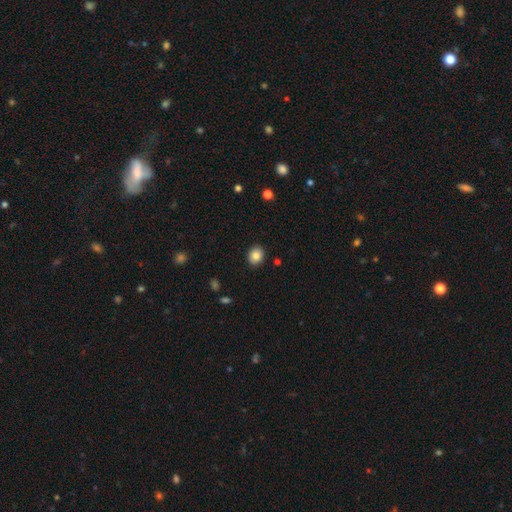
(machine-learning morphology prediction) smooth-or-featured: smooth: 84% | star or artifact: 9% | featured or disk: 7%
  how-rounded: round: 63% | in between: 36% | cigar-shaped: 1%
  merging: none: 89% | minor disturbance: 8% | major disturbance: 2% | merger: 1%